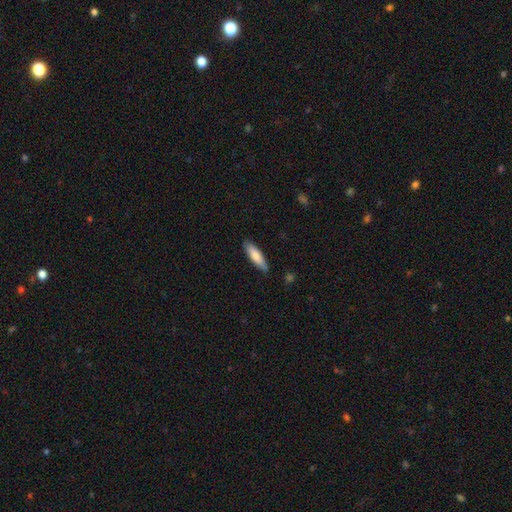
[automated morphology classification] Overall: smooth (78%). How rounded: cigar-shaped (65%; in between 34%). Merging: none (85%).